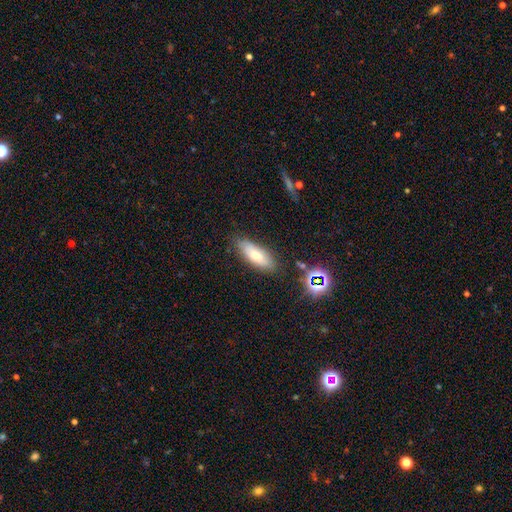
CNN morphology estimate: Smooth or featured: smooth — 66% (featured or disk — 24%)
How rounded: in between — 69% (cigar-shaped — 28%)
Merging: none — 82% (minor disturbance — 13%)